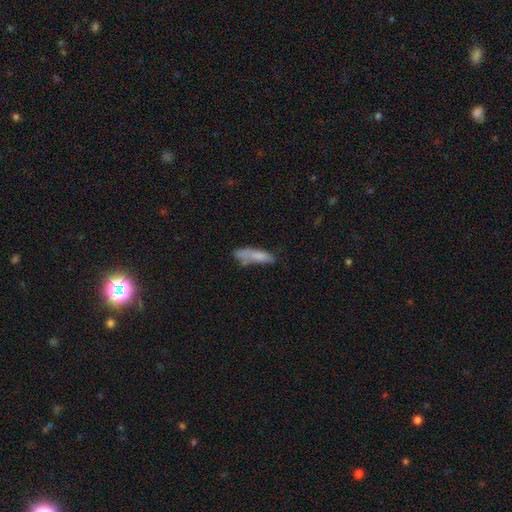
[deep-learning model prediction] smooth 75%, featured or disk 16%, star or artifact 9%. Down the decision tree: how rounded — cigar-shaped (62%); merging — none (46%).